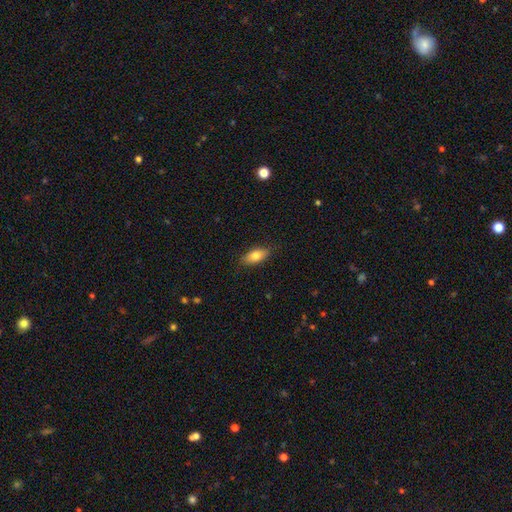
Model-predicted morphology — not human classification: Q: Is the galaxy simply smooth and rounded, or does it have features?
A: smooth — 77%.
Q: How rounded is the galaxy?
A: in between — 85%.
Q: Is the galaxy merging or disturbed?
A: none — 85%.